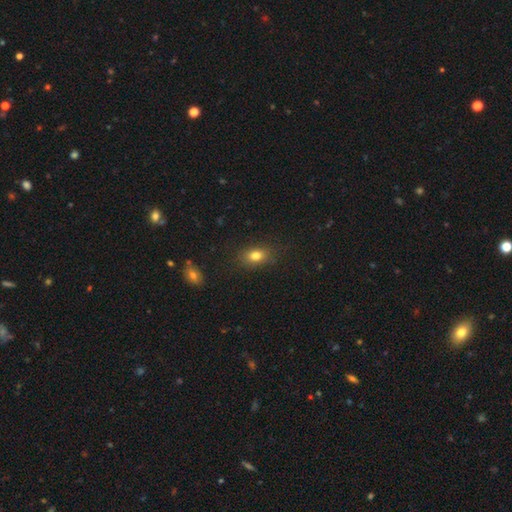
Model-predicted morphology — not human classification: Q: Smooth or featured?
A: smooth (80%); runner-up: star or artifact (11%)
Q: How rounded?
A: in between (75%); runner-up: round (23%)
Q: Merging?
A: none (82%); runner-up: minor disturbance (13%)